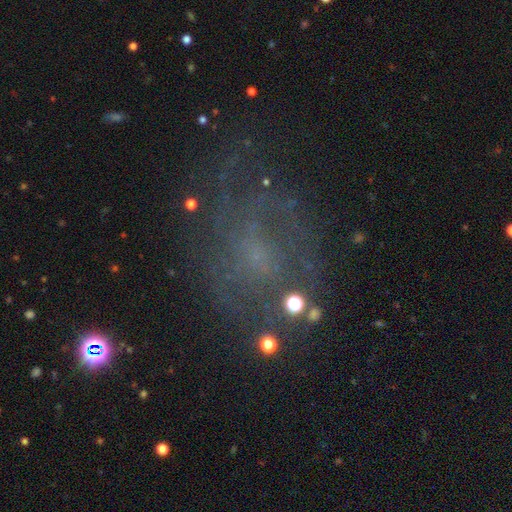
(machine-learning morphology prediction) Q: Smooth or featured?
A: featured or disk (57%); runner-up: smooth (22%)
Q: Edge-on disk?
A: no (96%); runner-up: yes (4%)
Q: Bar?
A: no (70%); runner-up: weak (25%)
Q: Spiral arms?
A: yes (62%); runner-up: no (38%)
Q: Bulge size?
A: small (45%); runner-up: none (37%)
Q: Merging?
A: none (60%); runner-up: minor disturbance (19%)